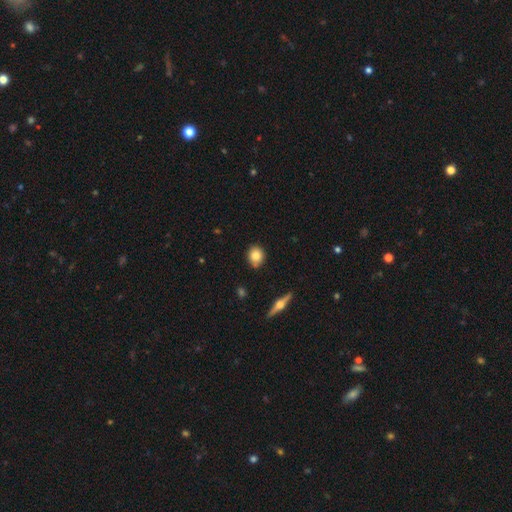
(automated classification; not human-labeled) smooth_or_featured: smooth (p=0.78) [alt: featured or disk p=0.14]
how_rounded: round (p=0.71) [alt: in between p=0.27]
merging: none (p=0.85) [alt: minor disturbance p=0.11]